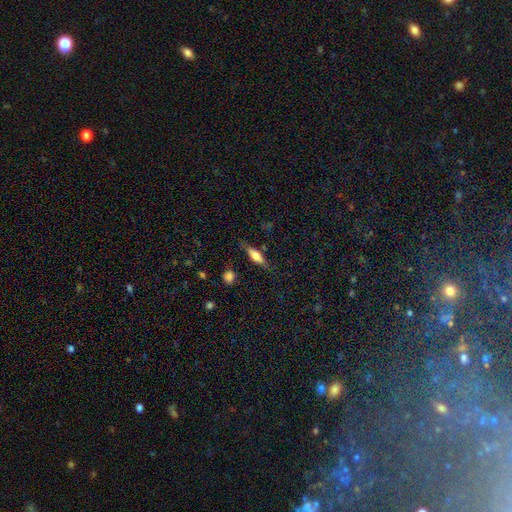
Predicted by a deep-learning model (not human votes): Smooth or featured: smooth — 59% (featured or disk — 34%)
How rounded: cigar-shaped — 52% (in between — 46%)
Merging: none — 77% (minor disturbance — 16%)